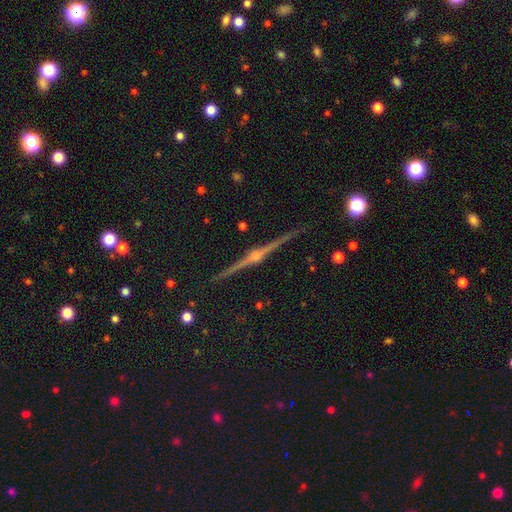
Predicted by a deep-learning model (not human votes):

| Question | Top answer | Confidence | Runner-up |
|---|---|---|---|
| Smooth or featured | featured or disk | 85% | star or artifact (9%) |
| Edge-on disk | yes | 99% | no (1%) |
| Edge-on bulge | rounded | 91% | boxy (5%) |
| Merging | none | 93% | minor disturbance (5%) |